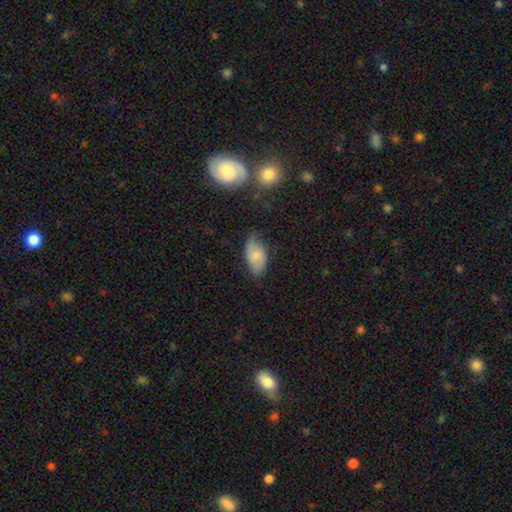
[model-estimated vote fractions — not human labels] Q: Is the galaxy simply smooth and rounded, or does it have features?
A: smooth — 66%.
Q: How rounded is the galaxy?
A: in between — 93%.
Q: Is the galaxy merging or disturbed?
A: none — 59%.